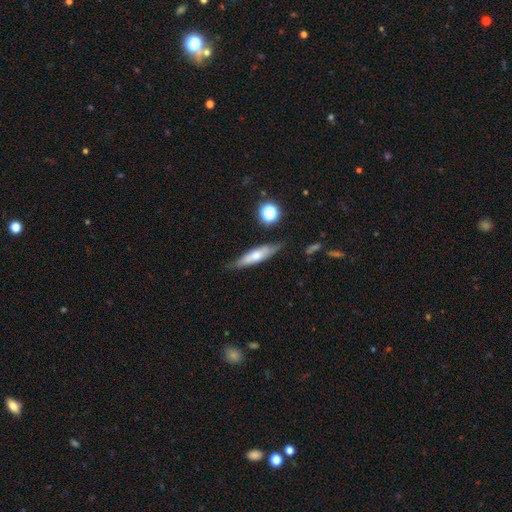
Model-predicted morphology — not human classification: type=smooth (54%); roundness=cigar-shaped (70%); merging=none (74%).